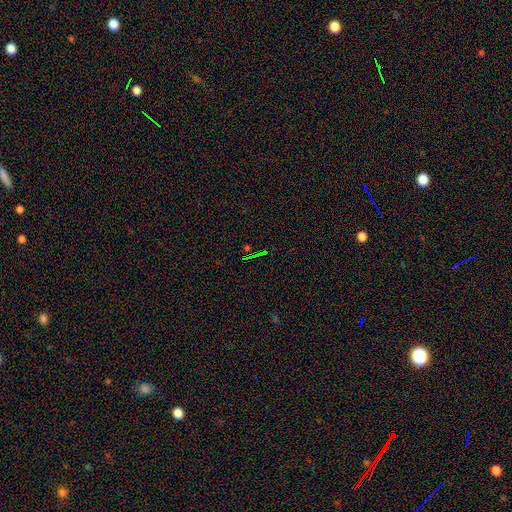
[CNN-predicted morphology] A star or artifact, not a galaxy (75%).

Vote fractions:
- Smooth or featured? star or artifact: 75% / featured or disk: 13% / smooth: 12%